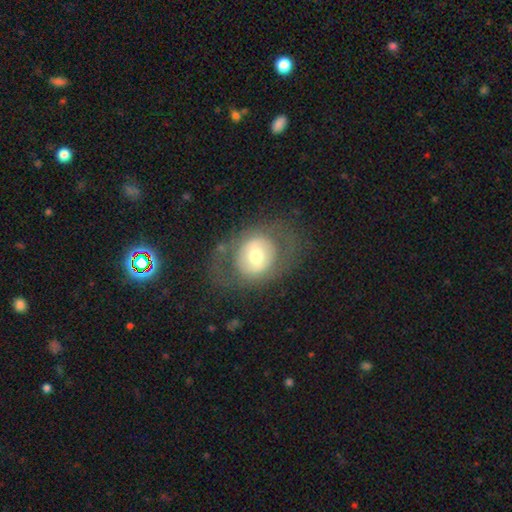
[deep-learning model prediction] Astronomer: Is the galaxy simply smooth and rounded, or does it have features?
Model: featured or disk — 47% (runner-up: smooth, 45%).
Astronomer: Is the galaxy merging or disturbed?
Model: none — 70%.